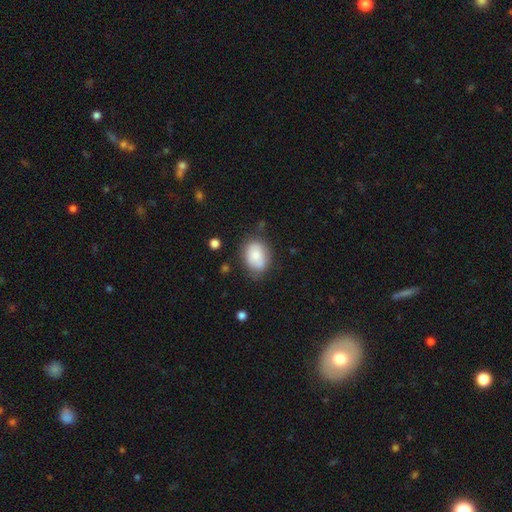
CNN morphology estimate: This is likely a smooth galaxy (79%). How rounded: likely in between (69%). Merging: likely none (70%).